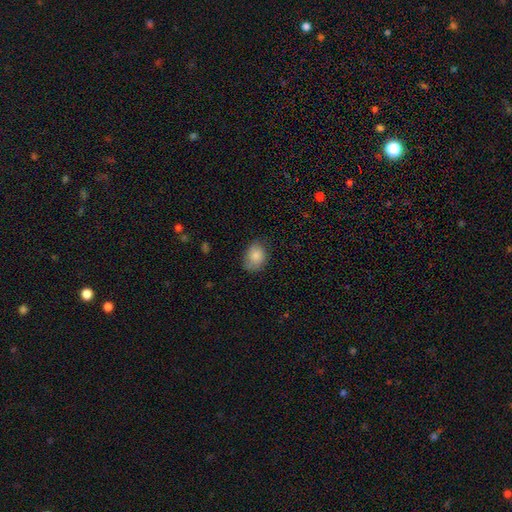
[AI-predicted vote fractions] smooth_or_featured: smooth (p=0.84) [alt: featured or disk p=0.08]
how_rounded: in between (p=0.57) [alt: round p=0.42]
merging: none (p=0.69) [alt: minor disturbance p=0.23]